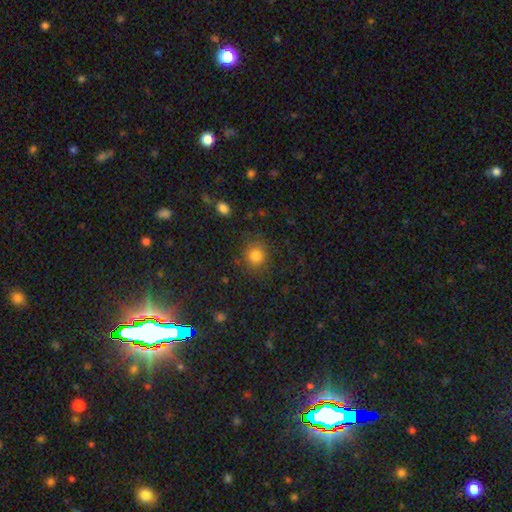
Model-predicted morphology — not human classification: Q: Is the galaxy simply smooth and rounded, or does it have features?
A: smooth — 81%.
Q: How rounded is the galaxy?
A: round — 83%.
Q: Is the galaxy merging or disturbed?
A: none — 82%.